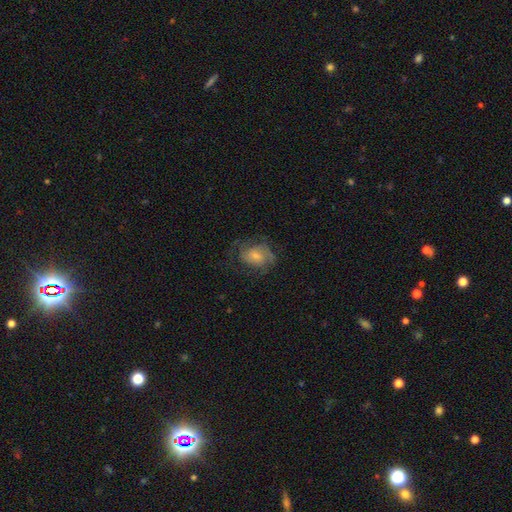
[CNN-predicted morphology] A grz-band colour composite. It shows a featured or disk galaxy (53%) with no bar (62%), spiral arms (78%) and a small central bulge (53%). Merging: none (49%).